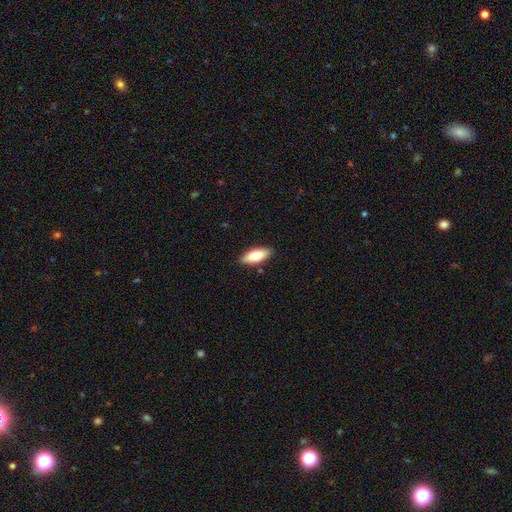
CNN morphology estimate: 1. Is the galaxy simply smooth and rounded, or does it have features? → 74% smooth, 20% featured or disk, 6% star or artifact.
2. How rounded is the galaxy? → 77% in between, 21% cigar-shaped, 2% round.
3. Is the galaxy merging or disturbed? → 87% none, 9% minor disturbance, 2% major disturbance, 1% merger.